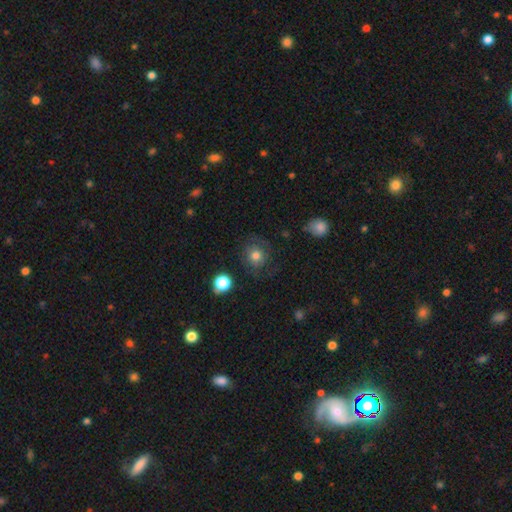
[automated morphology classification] The model was most divided on "merging": none: 70%, minor disturbance: 18%, major disturbance: 11%, merger: 2%. More confident: how rounded — round (86%); smooth or featured — smooth (71%).